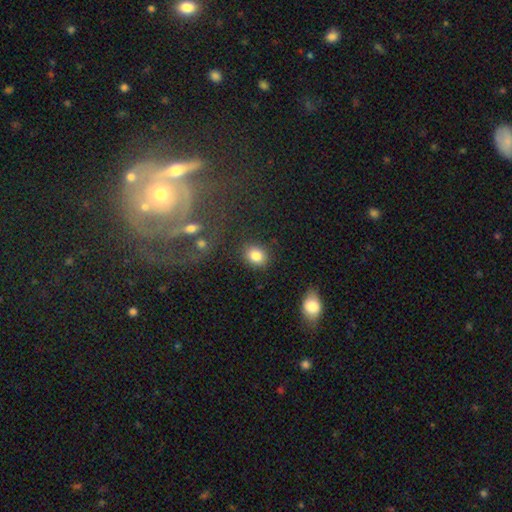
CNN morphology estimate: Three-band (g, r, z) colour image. It shows a smooth galaxy with no disk features (84%) that is round (59%). Merging: none (84%).